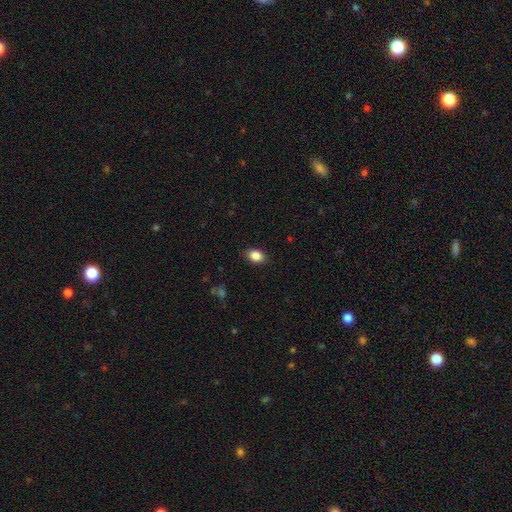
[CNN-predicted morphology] Smooth or featured? Predicted: smooth (p=0.86). How rounded? Predicted: in between (p=0.75). Merging? Predicted: none (p=0.87).